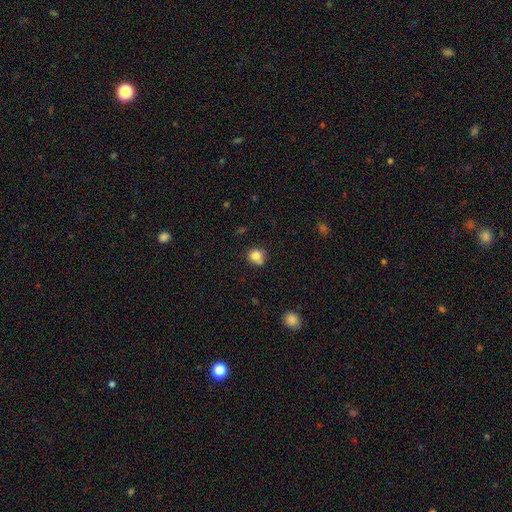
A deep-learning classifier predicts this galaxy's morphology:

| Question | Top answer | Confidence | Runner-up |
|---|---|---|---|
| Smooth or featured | smooth | 81% | star or artifact (11%) |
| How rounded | round | 81% | in between (18%) |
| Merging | none | 64% | minor disturbance (21%) |